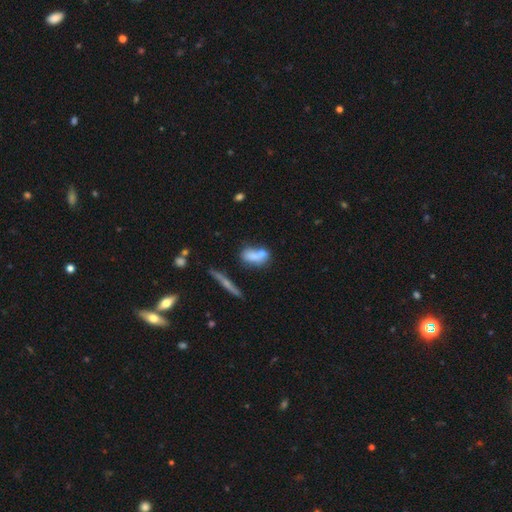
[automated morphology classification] Overall: smooth (69%). How rounded: in between (76%). Merging: merger (42%; none 33%).